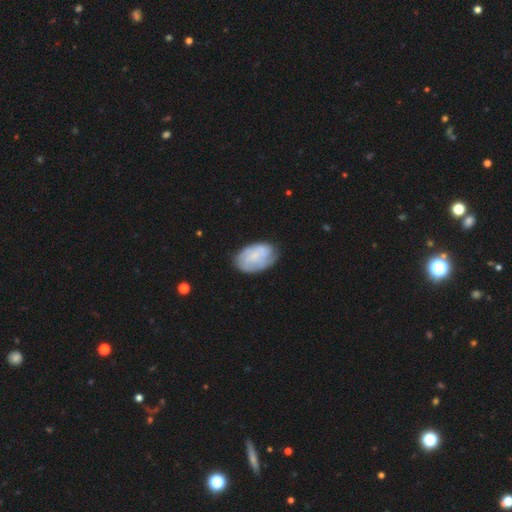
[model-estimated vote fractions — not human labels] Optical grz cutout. It shows a featured or disk galaxy (54%) with no bar (64%), spiral arms (82%) and a small central bulge (50%). Merging: none (69%).